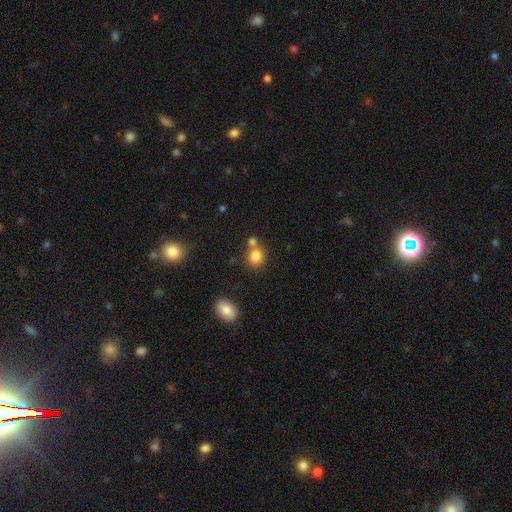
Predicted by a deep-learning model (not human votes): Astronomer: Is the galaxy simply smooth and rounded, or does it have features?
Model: smooth — 83%.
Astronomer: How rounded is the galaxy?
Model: round — 65%.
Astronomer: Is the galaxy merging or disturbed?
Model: none — 56%.